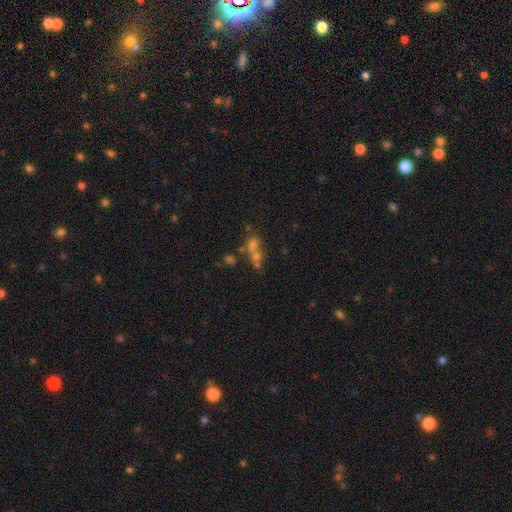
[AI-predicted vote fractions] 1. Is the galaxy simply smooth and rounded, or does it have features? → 44% smooth, 31% star or artifact, 25% featured or disk.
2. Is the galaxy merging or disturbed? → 46% merger, 37% none, 9% minor disturbance, 9% major disturbance.